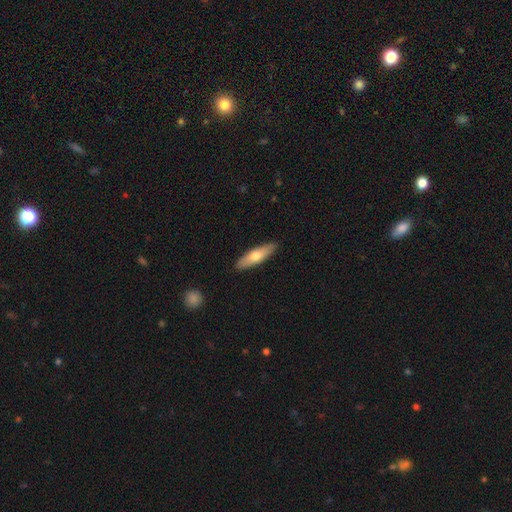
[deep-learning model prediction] smooth_or_featured: smooth (p=0.62) [alt: featured or disk p=0.32]
how_rounded: cigar-shaped (p=0.63) [alt: in between p=0.35]
merging: none (p=0.90) [alt: minor disturbance p=0.08]